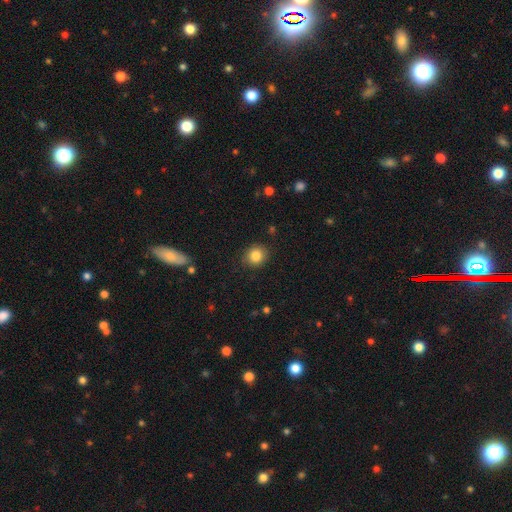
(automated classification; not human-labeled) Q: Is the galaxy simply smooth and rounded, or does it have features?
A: smooth — 85%.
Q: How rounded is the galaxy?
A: round — 80%.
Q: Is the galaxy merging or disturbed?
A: none — 87%.